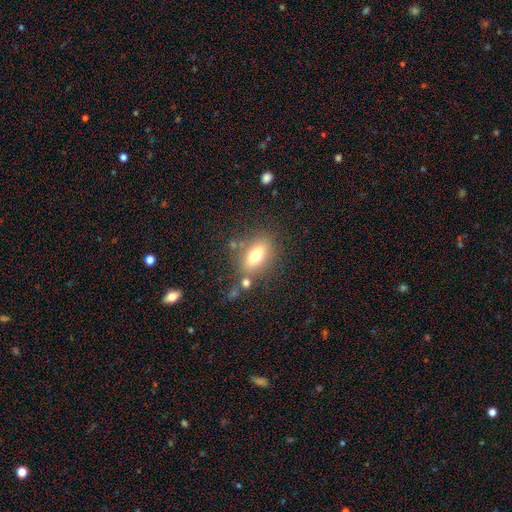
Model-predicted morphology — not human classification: This is likely a smooth galaxy (70%). How rounded: likely in between (79%). Merging: likely none (70%).